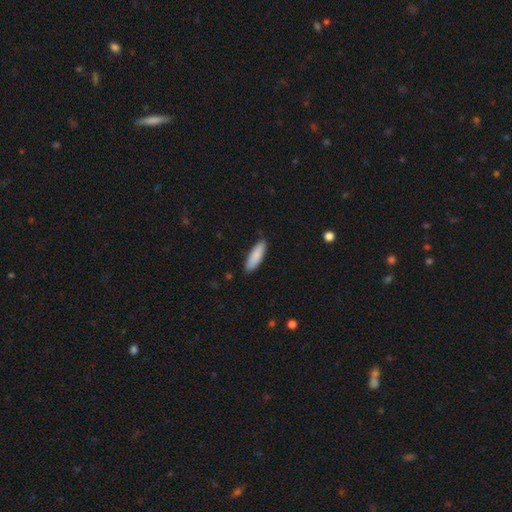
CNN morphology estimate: This appears to be a smooth galaxy with no disk features (87%) that is cigar-shaped (50%). Merging: none (86%).